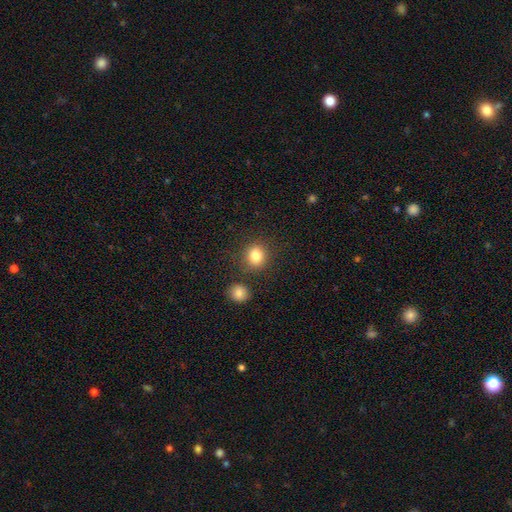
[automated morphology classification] smooth 83%, star or artifact 11%, featured or disk 6%. Down the decision tree: how rounded — round (84%); merging — none (82%).